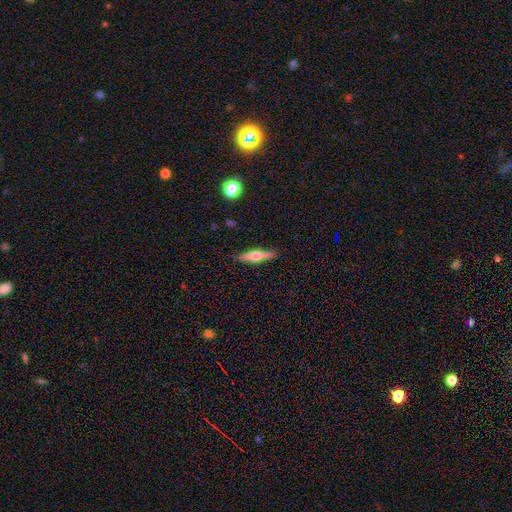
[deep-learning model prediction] Q: Smooth or featured?
A: featured or disk (59%); runner-up: smooth (35%)
Q: Edge-on disk?
A: yes (96%); runner-up: no (4%)
Q: Edge-on bulge?
A: rounded (91%); runner-up: boxy (6%)
Q: Merging?
A: none (89%); runner-up: minor disturbance (8%)